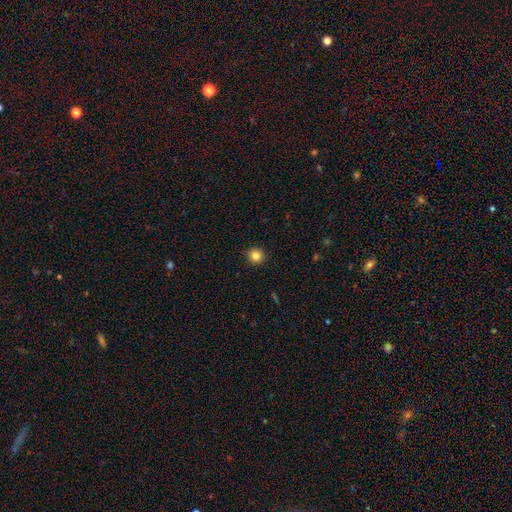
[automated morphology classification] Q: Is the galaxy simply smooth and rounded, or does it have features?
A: smooth — 84%.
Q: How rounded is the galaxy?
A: round — 94%.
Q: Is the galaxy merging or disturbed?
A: none — 93%.